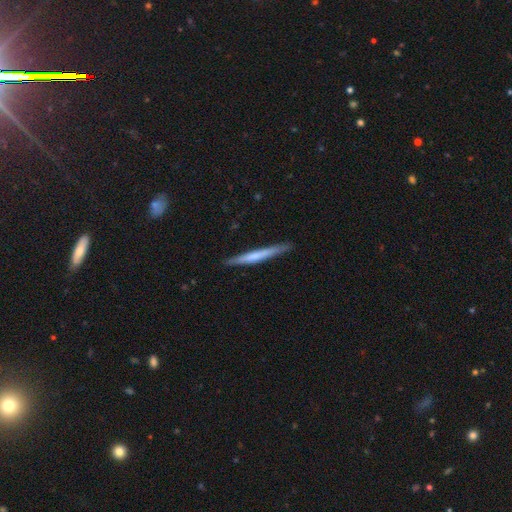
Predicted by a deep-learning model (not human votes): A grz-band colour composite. It shows a smooth galaxy with no disk features (52%) that is cigar-shaped (97%). Merging: none (87%).